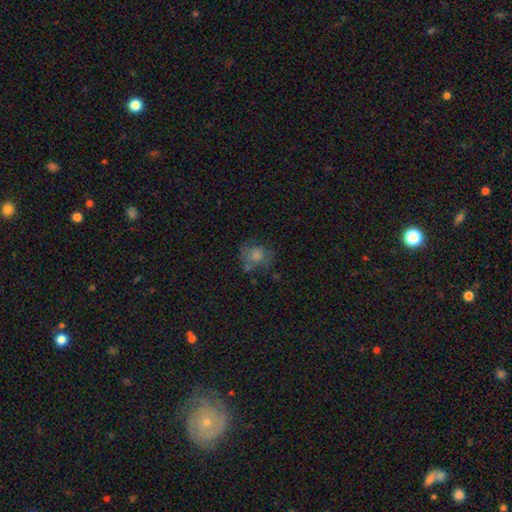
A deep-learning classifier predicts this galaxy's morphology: This is likely a smooth galaxy (64%). How rounded: likely round (71%). Merging: possibly none (48%).